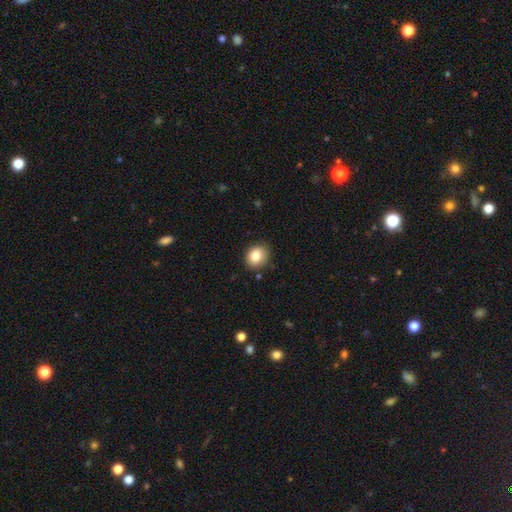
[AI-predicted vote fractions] smooth-or-featured: smooth: 86% | star or artifact: 9% | featured or disk: 6%
  how-rounded: round: 56% | in between: 43% | cigar-shaped: 1%
  merging: none: 84% | minor disturbance: 12% | major disturbance: 2% | merger: 2%